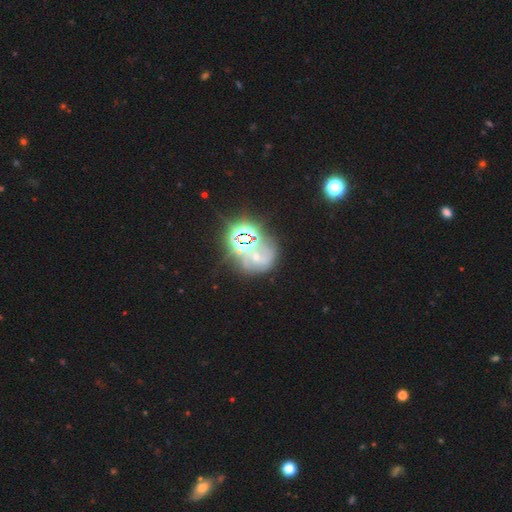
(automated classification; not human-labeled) A star or artifact, not a galaxy (46%).

Vote fractions:
- Smooth or featured? star or artifact: 46% / featured or disk: 37% / smooth: 17%